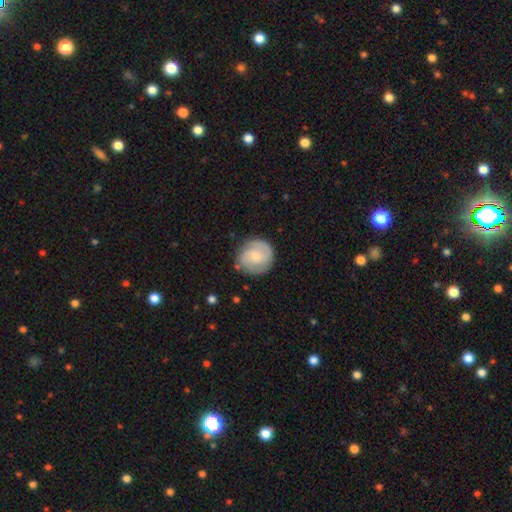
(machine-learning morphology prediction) Smooth or featured: featured or disk — 60% (smooth — 34%)
Edge-on disk: no — 98% (yes — 2%)
Bar: no — 58% (weak — 37%)
Spiral arms: yes — 90% (no — 10%)
Spiral winding: medium — 43% (tied with tight — 43%)
Spiral arm count: 2 — 73% (can't tell — 13%)
Bulge size: small — 53% (moderate — 37%)
Merging: none — 81% (minor disturbance — 13%)